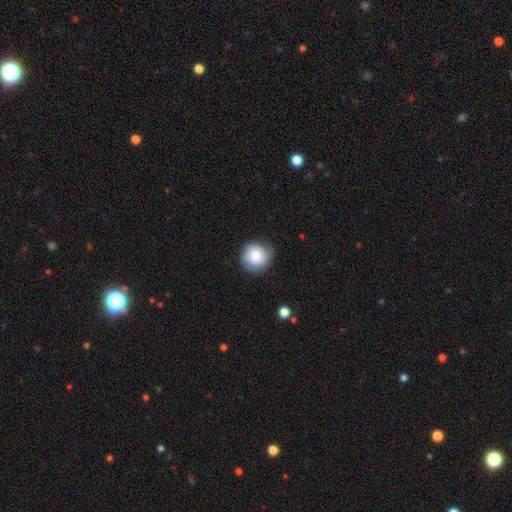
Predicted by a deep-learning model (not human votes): Q: Smooth or featured?
A: smooth (74%); runner-up: featured or disk (18%)
Q: How rounded?
A: round (90%); runner-up: in between (9%)
Q: Merging?
A: none (77%); runner-up: minor disturbance (17%)